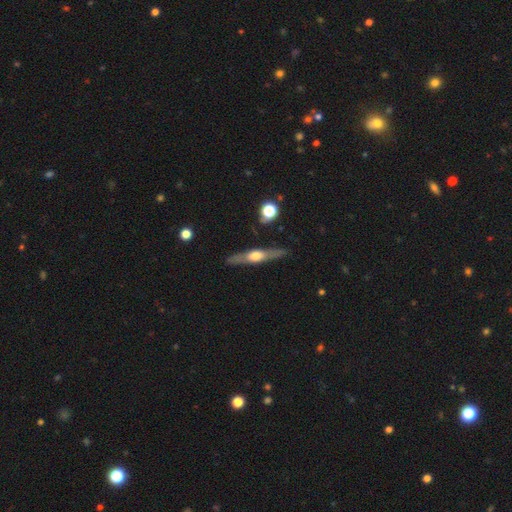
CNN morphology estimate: This appears to be a featured or disk galaxy (68%) viewed edge-on (93%) with a rounded central bulge (88%). Merging: none (86%).